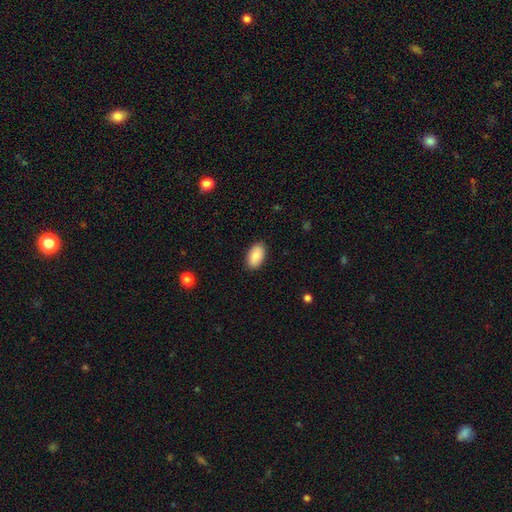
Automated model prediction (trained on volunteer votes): This appears to be a smooth galaxy with no disk features (86%) that is in between round and cigar-shaped (94%). Merging: none (88%).